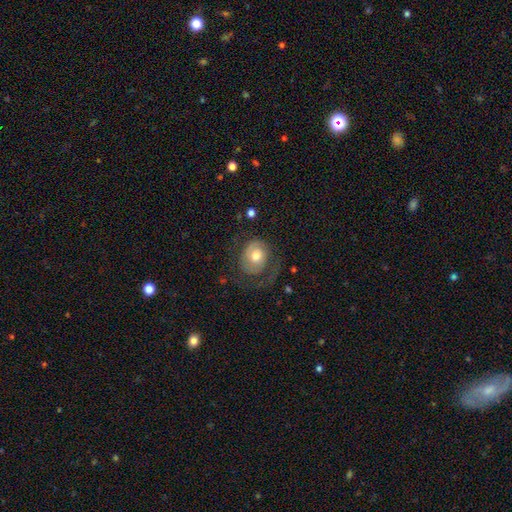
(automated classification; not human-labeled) smooth_or_featured: featured or disk (p=0.50) [alt: smooth p=0.43]
merging: none (p=0.49) [alt: major disturbance p=0.31]